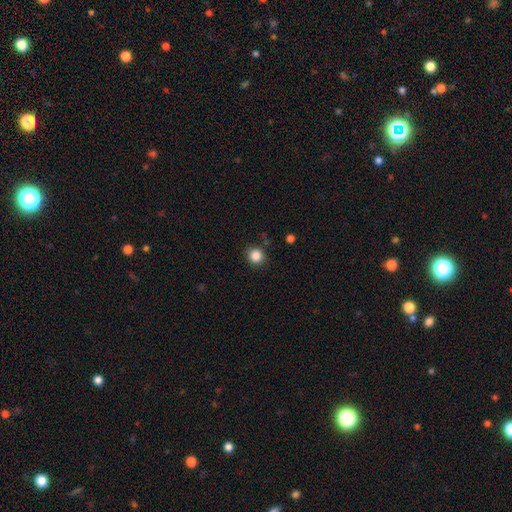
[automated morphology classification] A smooth galaxy with no disk features (86%) that is round (89%). Merging: none (86%).